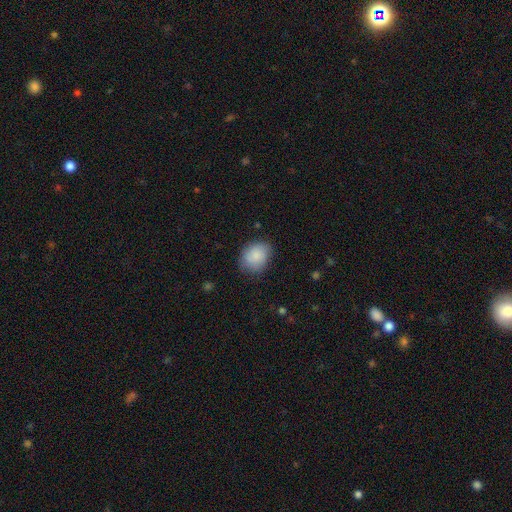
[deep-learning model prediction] Q: Smooth or featured?
A: smooth (86%); runner-up: featured or disk (8%)
Q: How rounded?
A: in between (53%); runner-up: round (46%)
Q: Merging?
A: none (76%); runner-up: minor disturbance (18%)